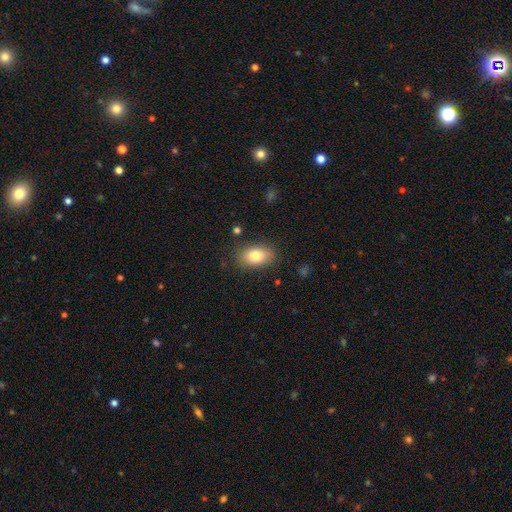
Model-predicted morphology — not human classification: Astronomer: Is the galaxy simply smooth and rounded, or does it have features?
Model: smooth — 81%.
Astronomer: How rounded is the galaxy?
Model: in between — 88%.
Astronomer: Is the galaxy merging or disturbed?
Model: none — 83%.